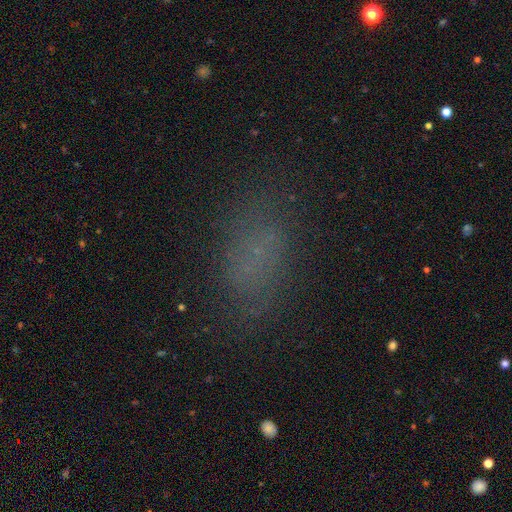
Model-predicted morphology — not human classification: type=smooth (69%); roundness=in between (86%); merging=none (76%).